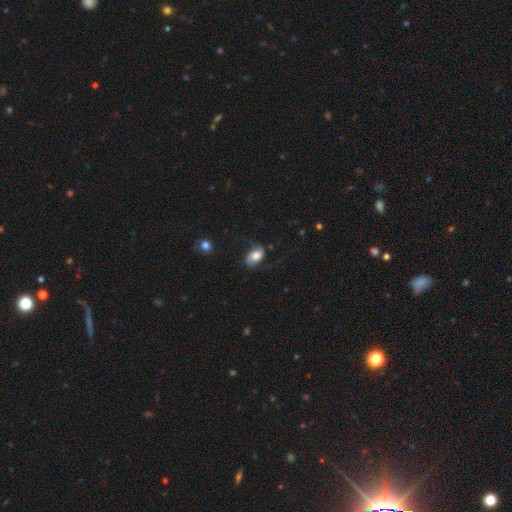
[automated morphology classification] Smooth or featured?
  - featured or disk: 51% *
  - smooth: 40%
  - star or artifact: 9%
Edge-on disk?
  - no: 96% *
  - yes: 4%
Merging?
  - none: 60% *
  - minor disturbance: 22%
  - major disturbance: 16%
  - merger: 2%